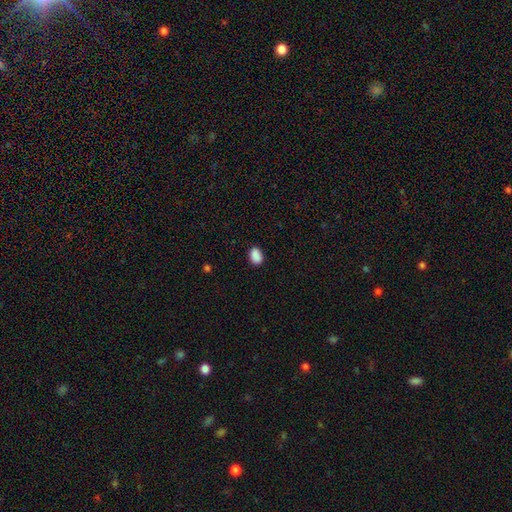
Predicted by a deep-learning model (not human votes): smooth_or_featured: smooth (p=0.89) [alt: star or artifact p=0.08]
how_rounded: in between (p=0.78) [alt: round p=0.21]
merging: none (p=0.87) [alt: minor disturbance p=0.10]